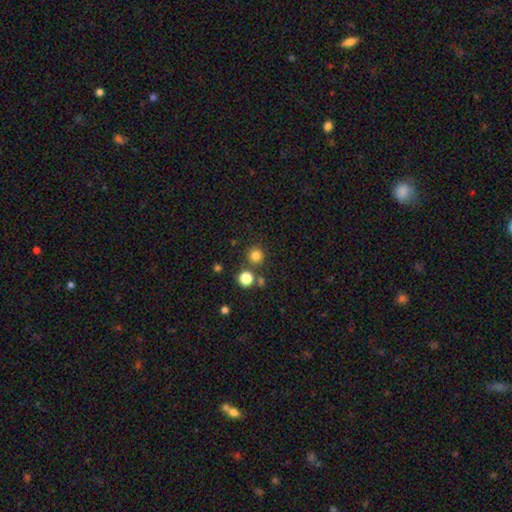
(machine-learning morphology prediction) Smooth or featured?
  - smooth: 81% *
  - star or artifact: 15%
  - featured or disk: 4%
How rounded?
  - round: 95% *
  - in between: 4%
  - cigar-shaped: 1%
Merging?
  - none: 83% *
  - merger: 8%
  - minor disturbance: 6%
  - major disturbance: 3%